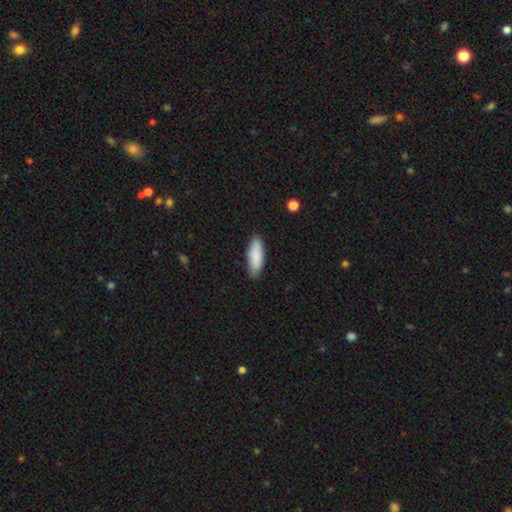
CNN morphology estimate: Smooth or featured? smooth (87%)
How rounded? in between (64%)
Merging? none (84%)